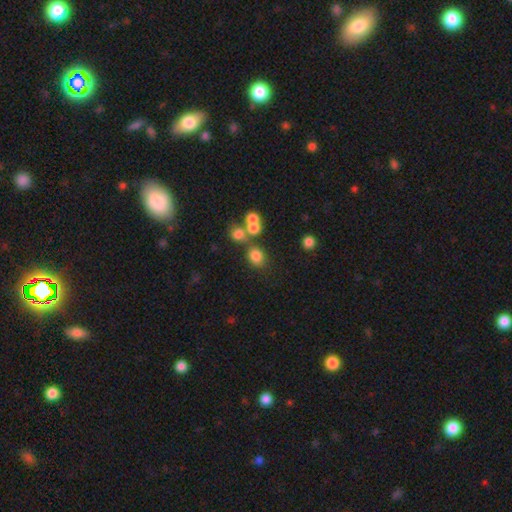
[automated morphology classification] Smooth or featured? Predicted: smooth (p=0.75). How rounded? Predicted: round (p=0.73). Merging? Predicted: none (p=0.62).